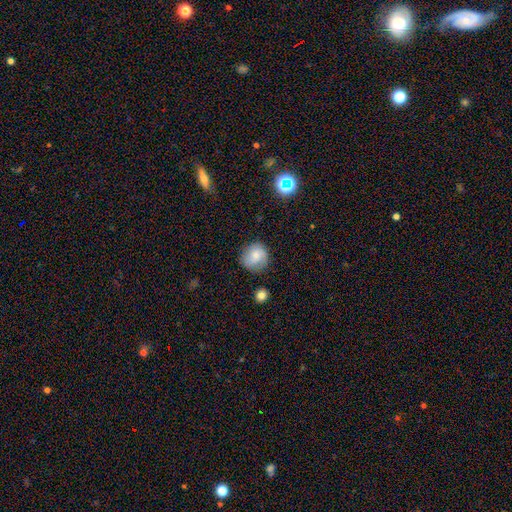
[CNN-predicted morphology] A smooth galaxy with no disk features (67%) that is round (86%). Merging: none (75%).